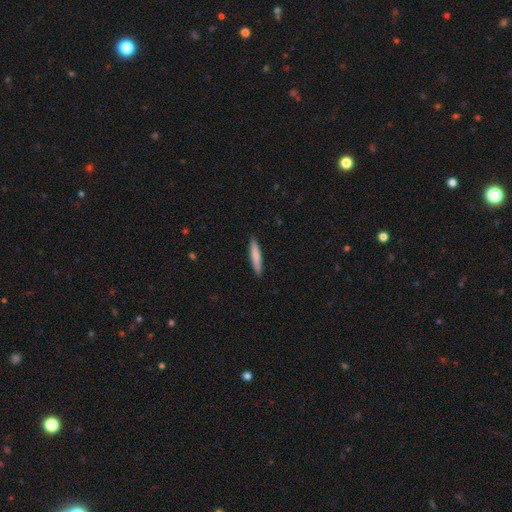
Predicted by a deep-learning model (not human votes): smooth-or-featured: smooth: 74% | featured or disk: 20% | star or artifact: 5%
  how-rounded: cigar-shaped: 93% | in between: 6% | round: 1%
  merging: none: 91% | minor disturbance: 6% | major disturbance: 1% | merger: 1%